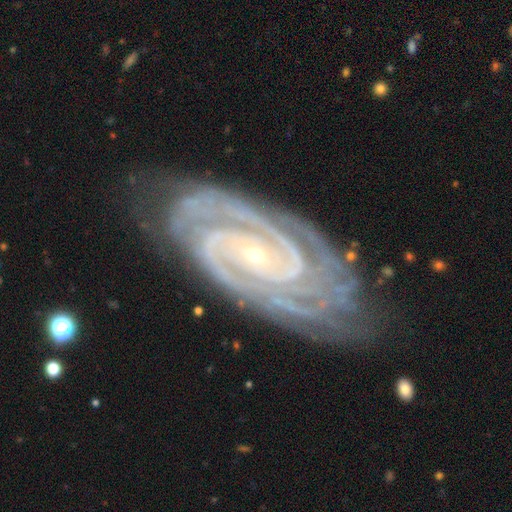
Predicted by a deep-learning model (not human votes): The model was most divided on "spiral arm count": 2: 41%, 3: 20%, 4: 13%, can't tell: 11%, more than 4: 8%, 1: 7%. More confident: spiral arms — yes (99%); edge-on disk — no (97%); smooth or featured — featured or disk (93%); bulge size — small (84%); spiral winding — tight (81%); merging — none (75%); bar — no (56%).